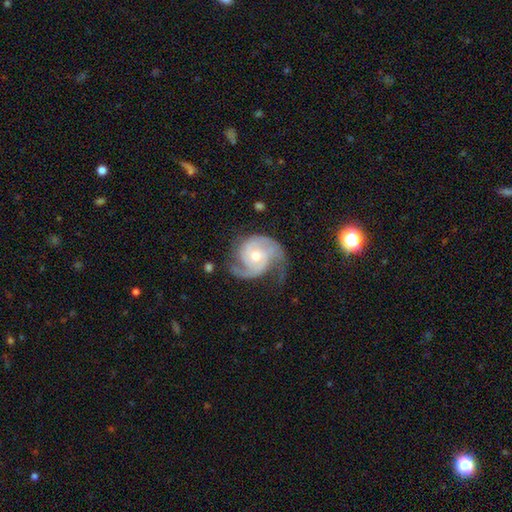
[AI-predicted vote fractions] A featured or disk galaxy (90%) with no bar (68%), 2 (69%) medium (47%) spiral arms (98%) and a moderate central bulge (56%). Merging: none (63%).